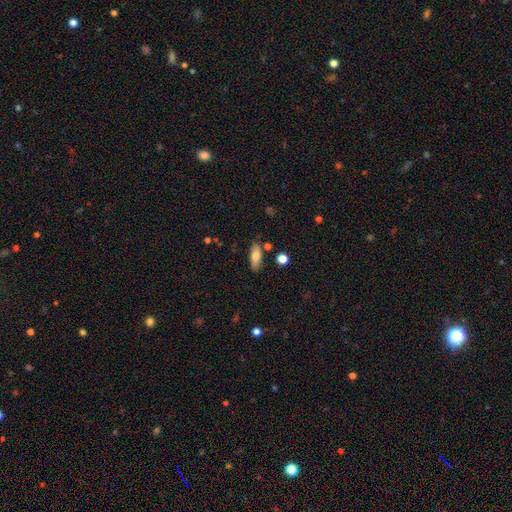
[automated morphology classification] smooth 77%, featured or disk 16%, star or artifact 7%. Down the decision tree: how rounded — in between (70%); merging — none (80%).